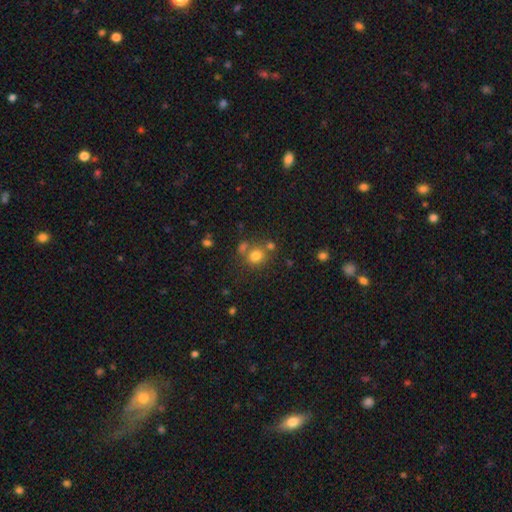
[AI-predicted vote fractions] The model was most divided on "merging": none: 63%, merger: 21%, minor disturbance: 11%, major disturbance: 5%. More confident: how rounded — round (78%); smooth or featured — smooth (76%).